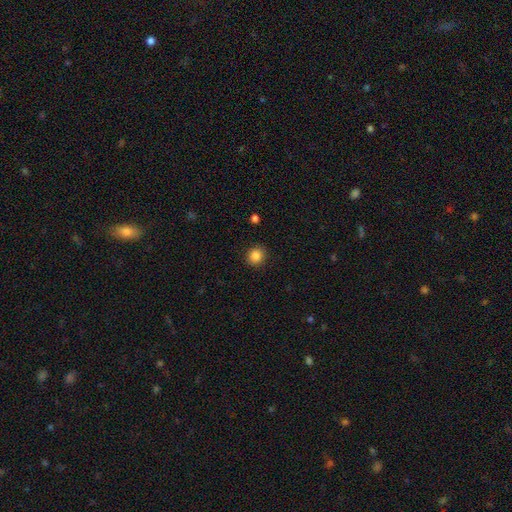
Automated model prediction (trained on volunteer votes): The model was most divided on "how rounded": round: 87%, in between: 12%, cigar-shaped: 1%. More confident: merging — none (91%); smooth or featured — smooth (85%).